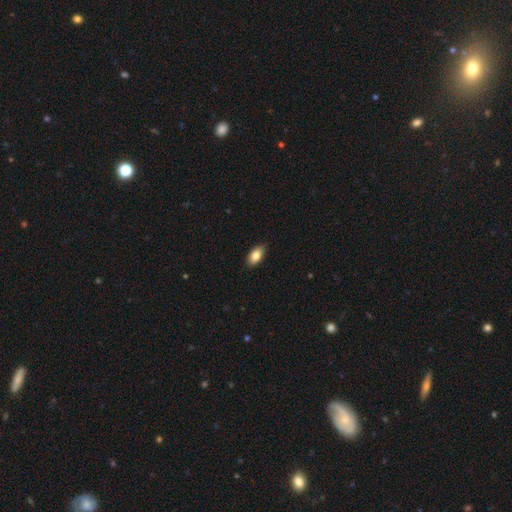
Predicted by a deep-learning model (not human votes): smooth-or-featured: smooth: 83% | featured or disk: 10% | star or artifact: 7%
  how-rounded: in between: 90% | cigar-shaped: 6% | round: 4%
  merging: none: 87% | minor disturbance: 10% | major disturbance: 2% | merger: 1%